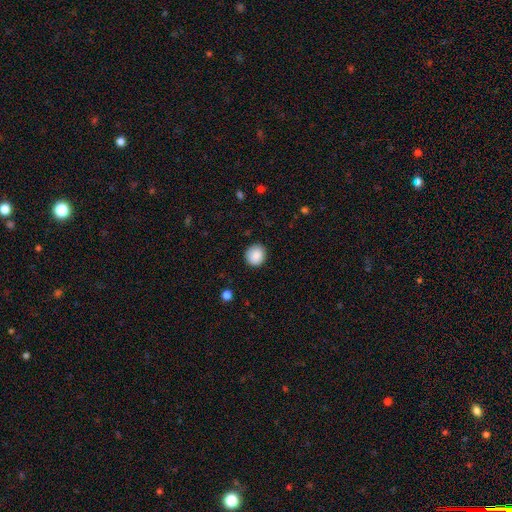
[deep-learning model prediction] A smooth galaxy with no disk features (88%) that is round (87%).

Vote fractions:
- Smooth or featured? smooth: 88% / star or artifact: 8% / featured or disk: 4%
- How rounded? round: 87% / in between: 12% / cigar-shaped: 1%
- Merging? none: 88% / minor disturbance: 8% / major disturbance: 2% / merger: 1%